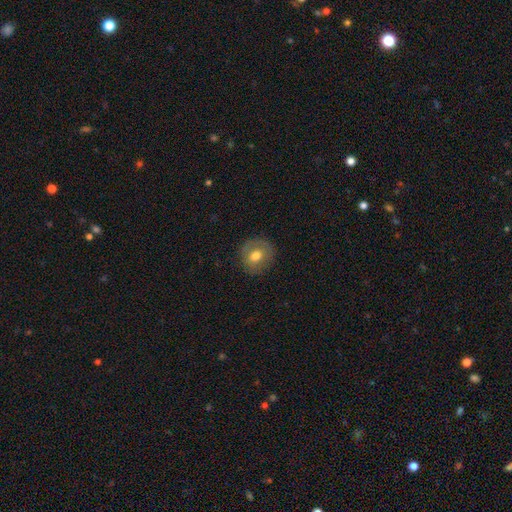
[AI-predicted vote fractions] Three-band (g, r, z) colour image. It shows a smooth galaxy with no disk features (65%) that is round (83%). Merging: none (84%).